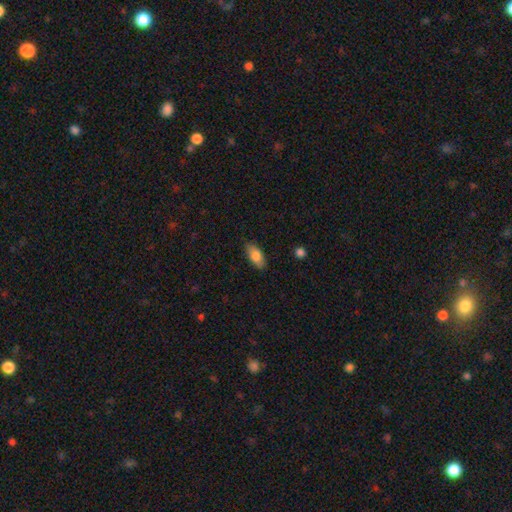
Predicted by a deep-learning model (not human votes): Smooth or featured?
  - smooth: 80% *
  - featured or disk: 13%
  - star or artifact: 7%
How rounded?
  - in between: 88% *
  - cigar-shaped: 10%
  - round: 3%
Merging?
  - none: 86% *
  - minor disturbance: 11%
  - major disturbance: 2%
  - merger: 1%